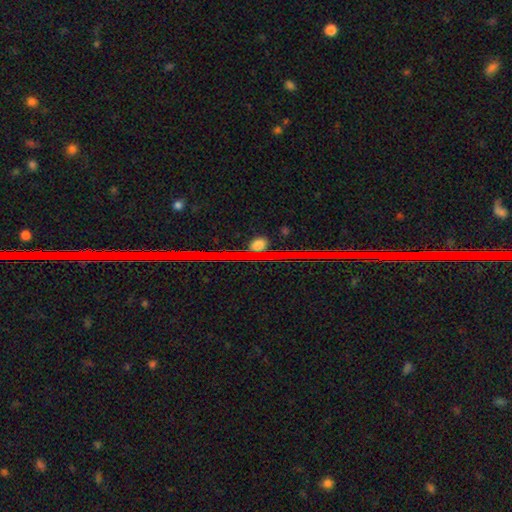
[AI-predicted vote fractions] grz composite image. It shows a star or artifact, not a galaxy (80%).